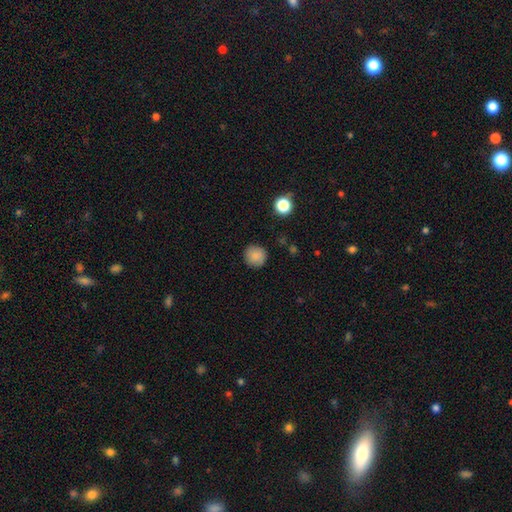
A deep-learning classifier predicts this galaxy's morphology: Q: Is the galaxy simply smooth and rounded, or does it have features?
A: smooth — 87%.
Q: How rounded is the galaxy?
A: round — 92%.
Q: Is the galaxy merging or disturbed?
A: none — 89%.